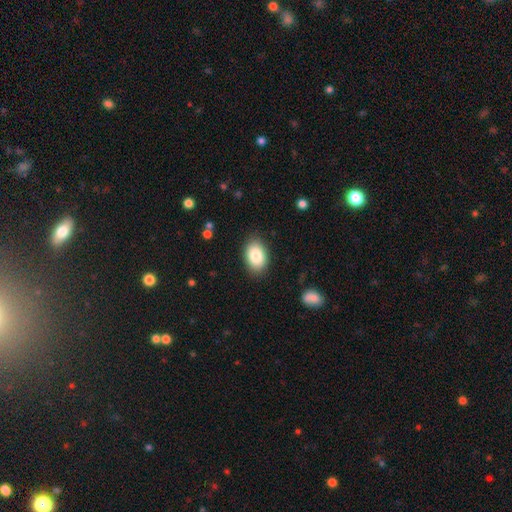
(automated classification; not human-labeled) The model was most divided on "merging": none: 85%, minor disturbance: 11%, major disturbance: 3%, merger: 1%. More confident: how rounded — in between (88%); smooth or featured — smooth (85%).